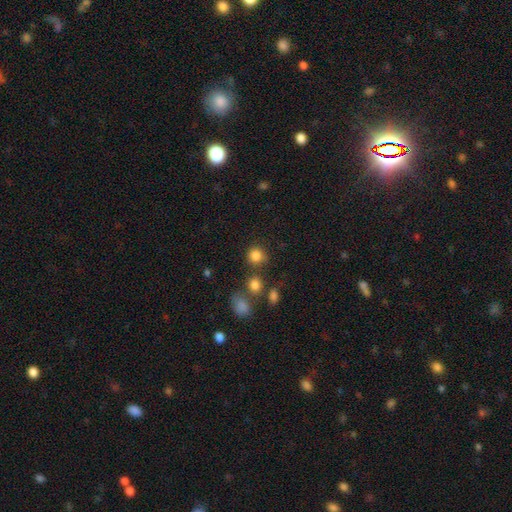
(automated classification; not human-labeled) Overall: smooth (83%). How rounded: round (86%). Merging: none (73%).